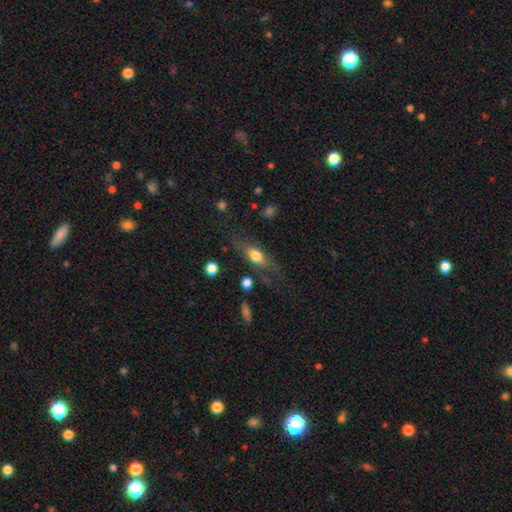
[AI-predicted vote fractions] Morphology: type=smooth (63%); roundness=in between (64%); merging=none (63%).